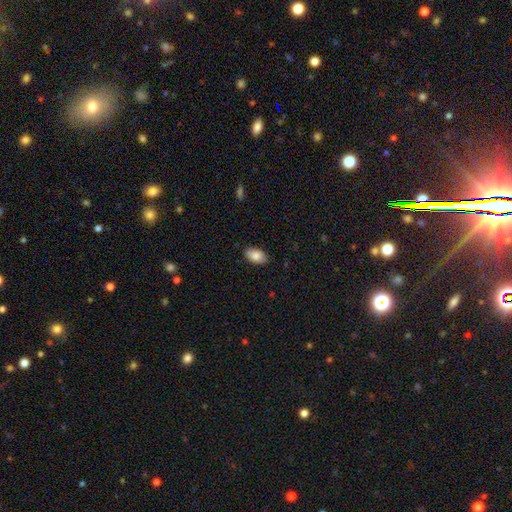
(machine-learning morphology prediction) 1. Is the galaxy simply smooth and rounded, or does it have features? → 84% smooth, 10% featured or disk, 7% star or artifact.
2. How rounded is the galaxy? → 93% in between, 5% round, 2% cigar-shaped.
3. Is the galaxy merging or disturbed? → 86% none, 11% minor disturbance, 2% major disturbance, 1% merger.